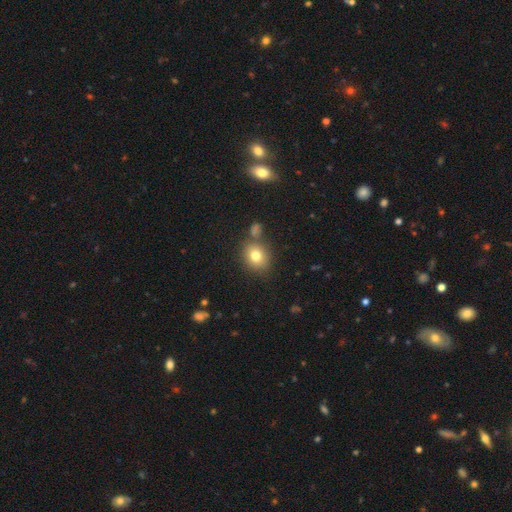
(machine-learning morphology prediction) A smooth galaxy with no disk features (79%) that is round (60%).

Vote fractions:
- Smooth or featured? smooth: 79% / star or artifact: 11% / featured or disk: 10%
- How rounded? round: 60% / in between: 39% / cigar-shaped: 1%
- Merging? none: 73% / merger: 11% / minor disturbance: 11% / major disturbance: 4%